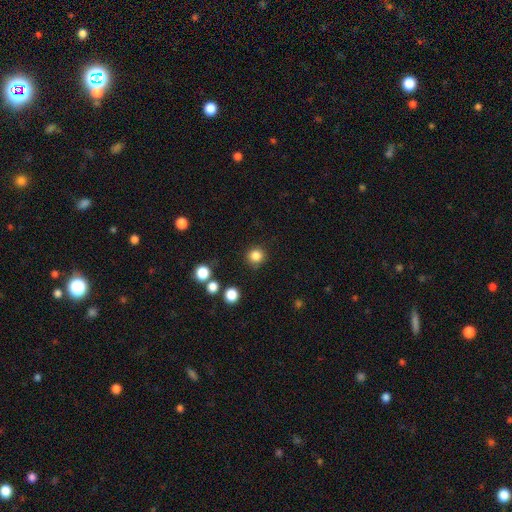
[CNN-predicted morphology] Smooth or featured? smooth (84%)
How rounded? round (94%)
Merging? none (87%)